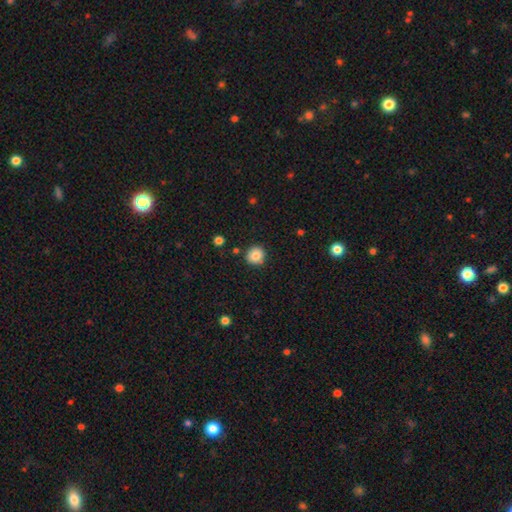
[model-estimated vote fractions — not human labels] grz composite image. It shows a smooth galaxy with no disk features (83%) that is round (88%). Merging: none (85%).